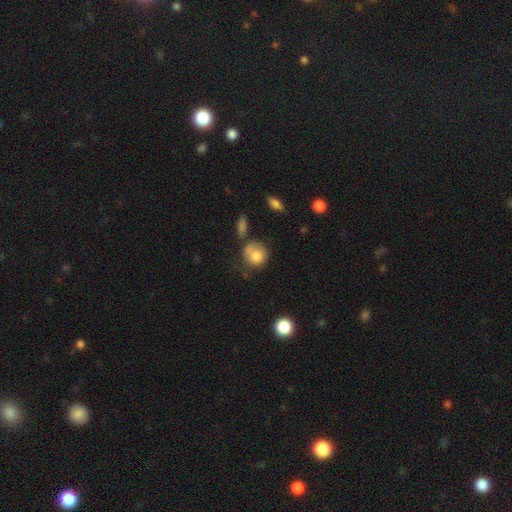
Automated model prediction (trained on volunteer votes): Smooth or featured? smooth (76%)
How rounded? round (74%)
Merging? none (40%)